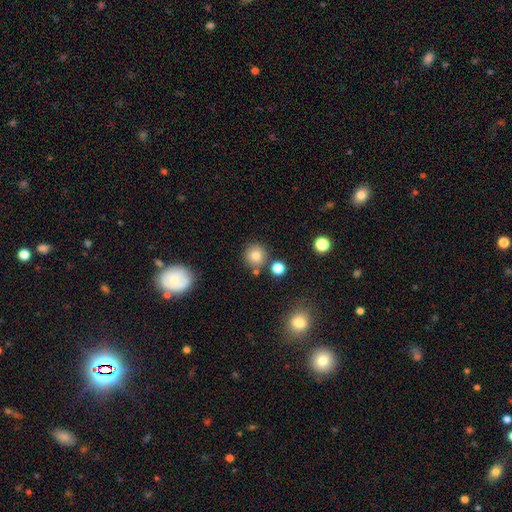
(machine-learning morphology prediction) smooth 79%, star or artifact 13%, featured or disk 8%. Down the decision tree: how rounded — round (92%); merging — none (78%).